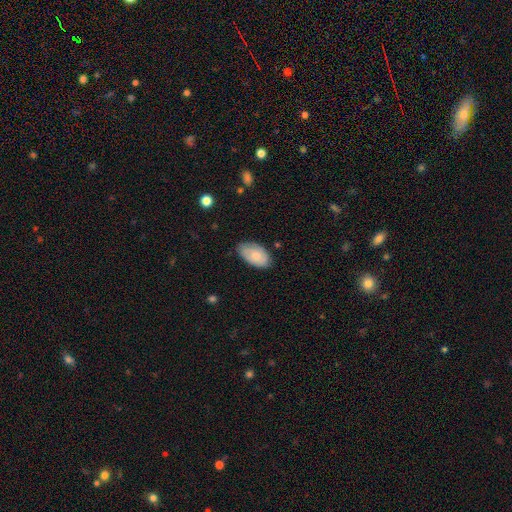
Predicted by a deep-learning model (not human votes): This is likely a smooth galaxy (73%). How rounded: clearly in between (94%). Merging: likely none (74%).